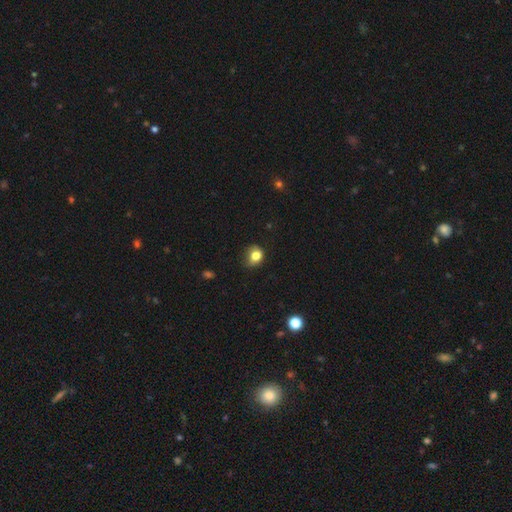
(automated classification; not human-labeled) Overall: smooth (79%). How rounded: round (63%; in between 37%). Merging: none (58%; minor disturbance 31%).